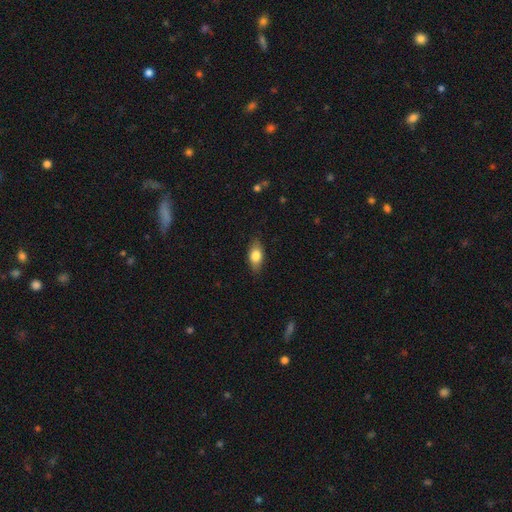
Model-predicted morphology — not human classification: This appears to be a smooth galaxy with no disk features (77%) that is in between round and cigar-shaped (86%). Merging: none (84%).